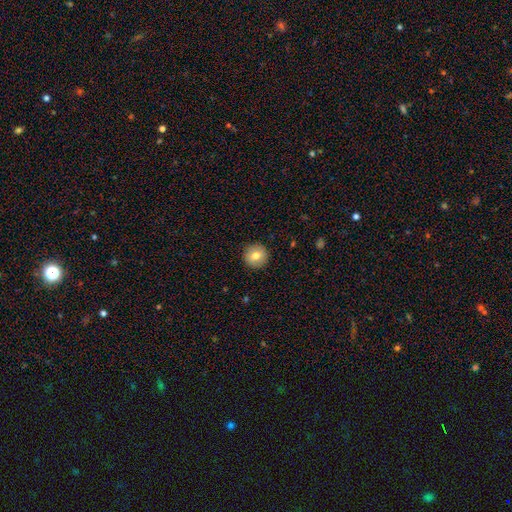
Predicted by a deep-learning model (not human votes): This is likely a smooth galaxy (77%). How rounded: clearly round (95%). Merging: clearly none (92%).